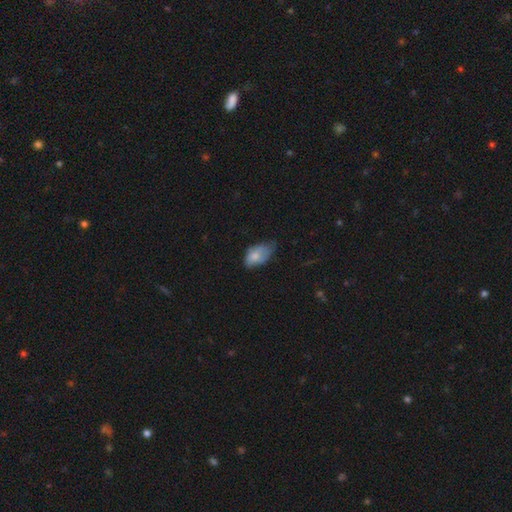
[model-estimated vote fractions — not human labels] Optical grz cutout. It shows a smooth galaxy with no disk features (73%) that is in between round and cigar-shaped (91%). Merging: minor disturbance (47%).